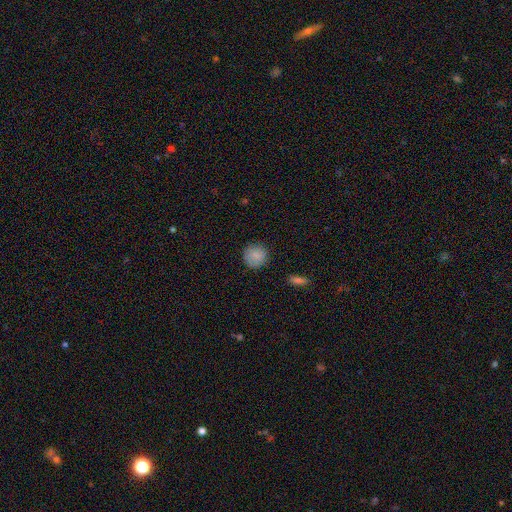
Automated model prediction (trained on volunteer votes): Smooth or featured? smooth (86%)
How rounded? round (92%)
Merging? none (87%)